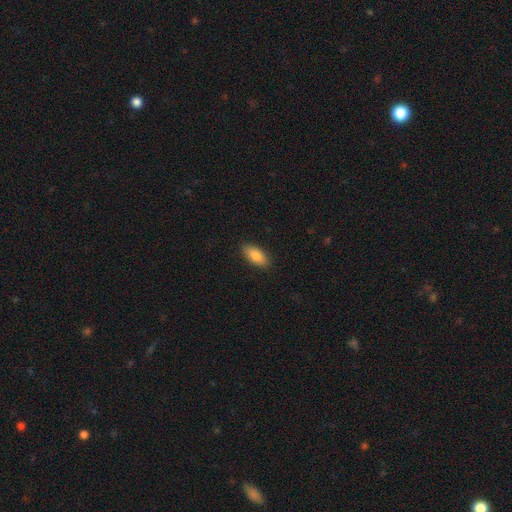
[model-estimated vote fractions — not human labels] smooth_or_featured: smooth (p=0.83) [alt: featured or disk p=0.10]
how_rounded: in between (p=0.87) [alt: cigar-shaped p=0.11]
merging: none (p=0.89) [alt: minor disturbance p=0.08]